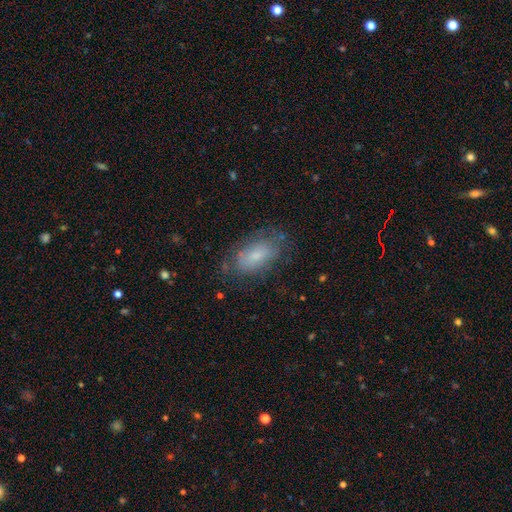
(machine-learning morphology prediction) smooth-or-featured: smooth: 58% | featured or disk: 32% | star or artifact: 10%
  how-rounded: in between: 90% | round: 5% | cigar-shaped: 5%
  merging: none: 66% | minor disturbance: 22% | major disturbance: 10% | merger: 2%